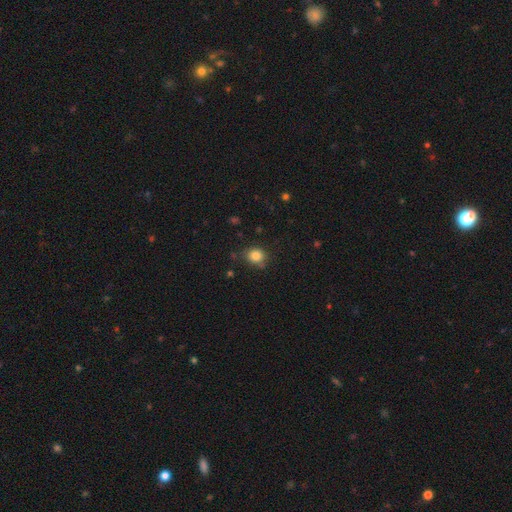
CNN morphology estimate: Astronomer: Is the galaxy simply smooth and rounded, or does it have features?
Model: smooth — 83%.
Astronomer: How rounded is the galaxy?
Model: round — 74%.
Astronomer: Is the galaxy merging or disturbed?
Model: none — 77%.